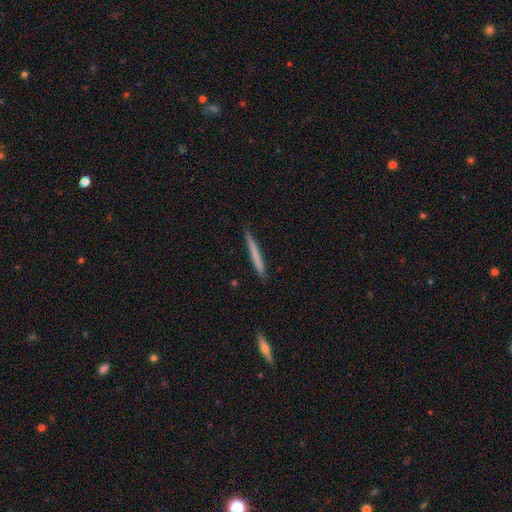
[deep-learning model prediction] A smooth galaxy with no disk features (66%) that is cigar-shaped (97%).

Vote fractions:
- Smooth or featured? smooth: 66% / featured or disk: 29% / star or artifact: 5%
- How rounded? cigar-shaped: 97% / in between: 2% / round: 1%
- Merging? none: 90% / minor disturbance: 8% / major disturbance: 1% / merger: 1%